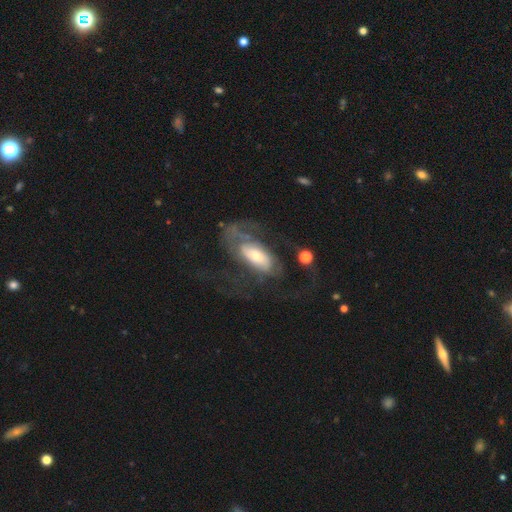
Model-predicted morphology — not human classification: Overall: featured or disk (67%). Edge-on disk: no (90%). Bar: no (60%; weak 26%). Spiral arms: yes (72%). Bulge size: moderate (45%; small 43%). Merging: major disturbance (45%; none 36%).